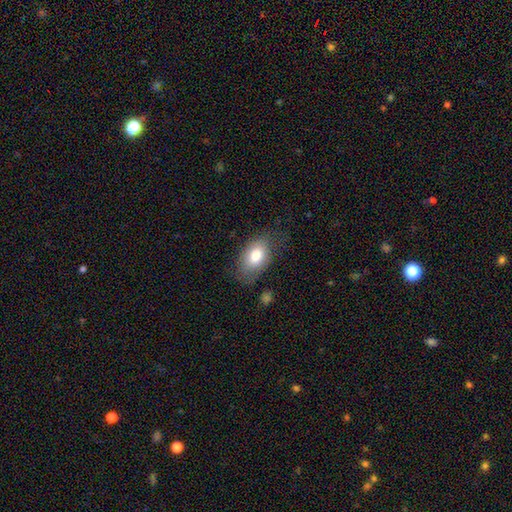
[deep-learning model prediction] Overall: smooth (79%). How rounded: in between (90%). Merging: none (67%).